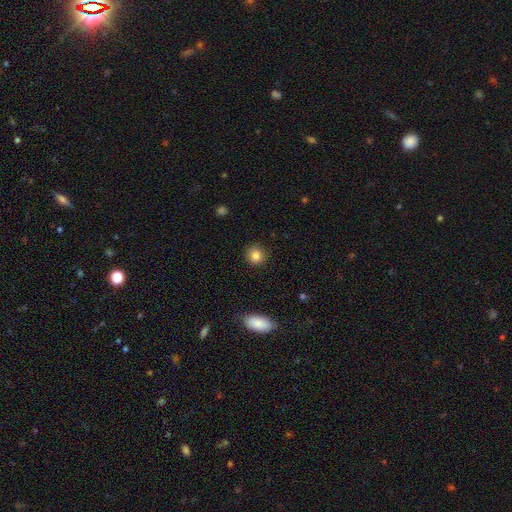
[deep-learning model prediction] Smooth or featured: smooth — 84% (star or artifact — 10%)
How rounded: round — 88% (in between — 11%)
Merging: none — 89% (minor disturbance — 8%)